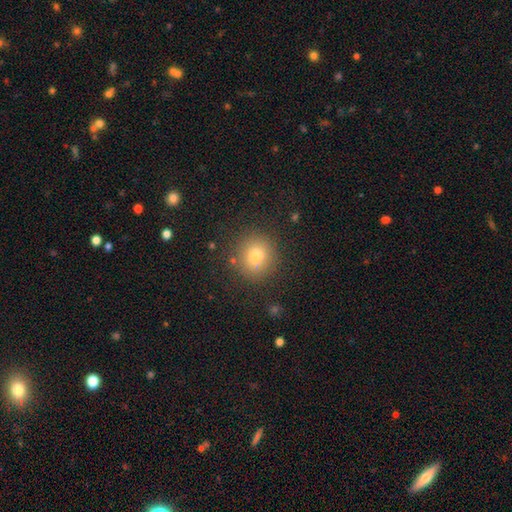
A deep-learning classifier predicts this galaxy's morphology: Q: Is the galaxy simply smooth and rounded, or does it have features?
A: smooth — 78%.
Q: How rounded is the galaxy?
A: round — 87%.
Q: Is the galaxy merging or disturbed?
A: none — 86%.